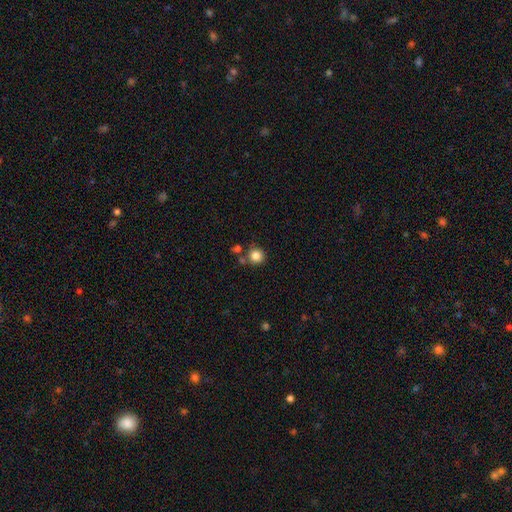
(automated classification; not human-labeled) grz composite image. It shows a smooth galaxy with no disk features (84%) that is round (92%). Merging: none (73%).